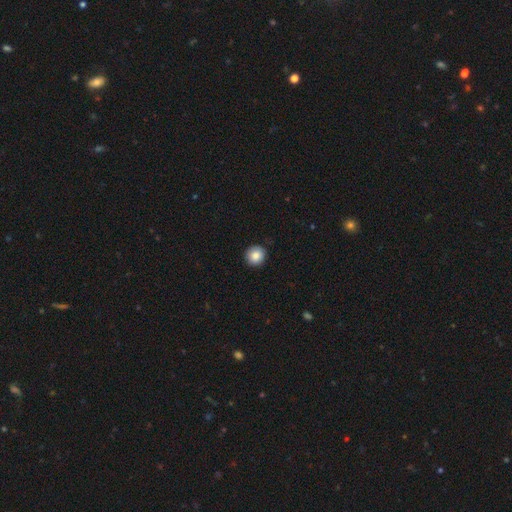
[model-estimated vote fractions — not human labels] This is clearly a smooth galaxy (86%). How rounded: clearly round (92%). Merging: clearly none (88%).